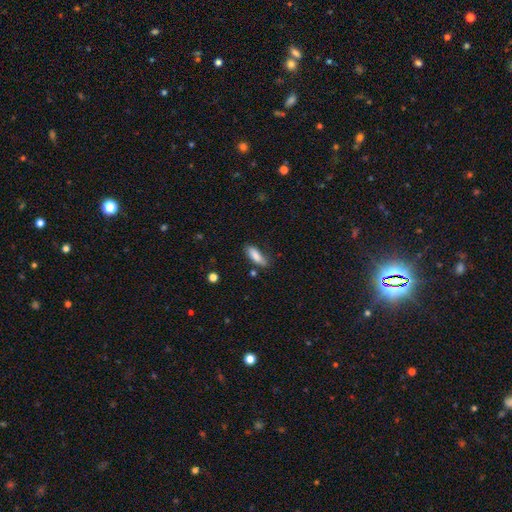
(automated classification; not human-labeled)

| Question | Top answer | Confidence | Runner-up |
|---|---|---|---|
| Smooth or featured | smooth | 84% | featured or disk (10%) |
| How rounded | in between | 58% | cigar-shaped (40%) |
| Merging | none | 73% | minor disturbance (20%) |